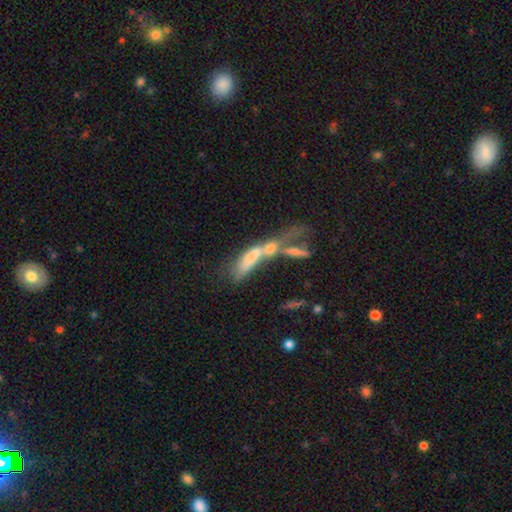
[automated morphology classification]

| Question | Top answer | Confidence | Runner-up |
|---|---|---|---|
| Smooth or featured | featured or disk | 47% | smooth (38%) |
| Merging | merger | 55% | none (19%) |